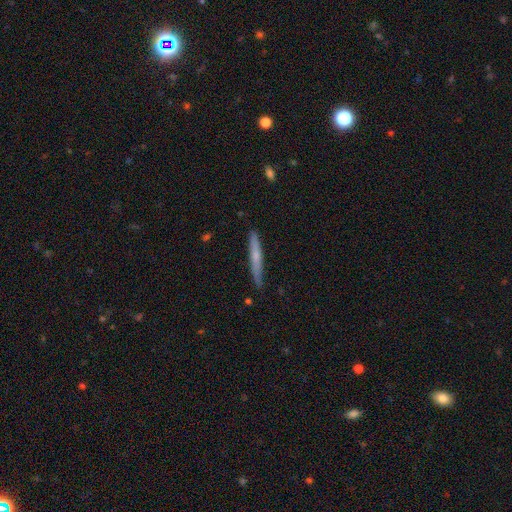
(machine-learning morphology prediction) smooth_or_featured: smooth (p=0.51) [alt: featured or disk p=0.43]
how_rounded: cigar-shaped (p=0.96) [alt: in between p=0.03]
merging: none (p=0.83) [alt: minor disturbance p=0.14]